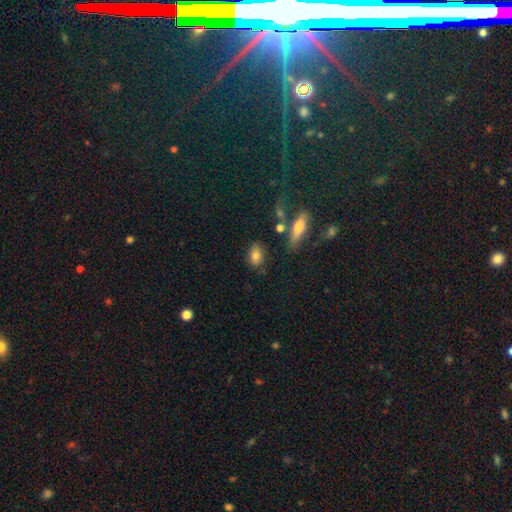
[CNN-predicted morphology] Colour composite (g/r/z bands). It shows a smooth galaxy with no disk features (80%) that is in between round and cigar-shaped (79%). Merging: none (78%).